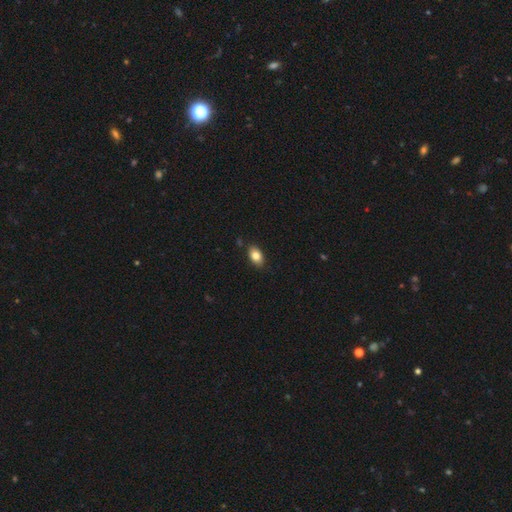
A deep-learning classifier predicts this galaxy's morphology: A smooth galaxy with no disk features (83%) that is in between round and cigar-shaped (88%).

Vote fractions:
- Smooth or featured? smooth: 83% / featured or disk: 9% / star or artifact: 8%
- How rounded? in between: 88% / round: 11% / cigar-shaped: 2%
- Merging? none: 86% / minor disturbance: 10% / major disturbance: 2% / merger: 2%